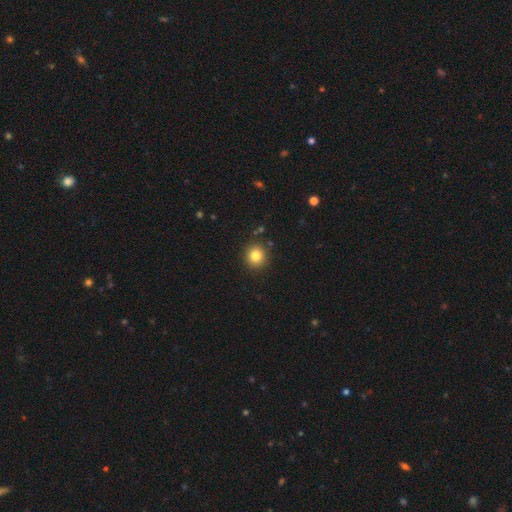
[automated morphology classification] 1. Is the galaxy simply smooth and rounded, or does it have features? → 83% smooth, 11% star or artifact, 6% featured or disk.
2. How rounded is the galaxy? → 92% round, 7% in between, 1% cigar-shaped.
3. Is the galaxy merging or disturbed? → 89% none, 6% minor disturbance, 2% major disturbance, 2% merger.